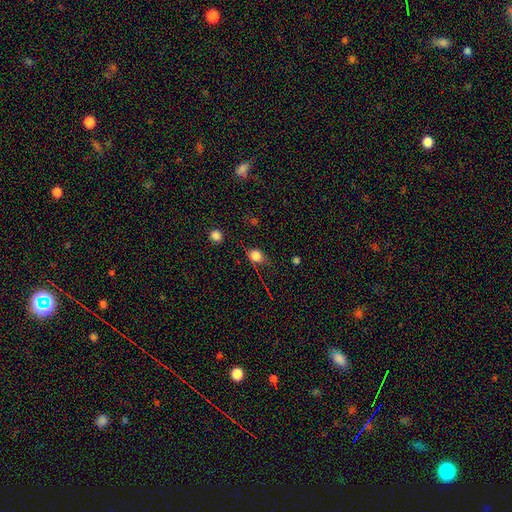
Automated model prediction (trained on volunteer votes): smooth 79%, star or artifact 14%, featured or disk 7%. Down the decision tree: how rounded — round (52%); merging — none (61%).